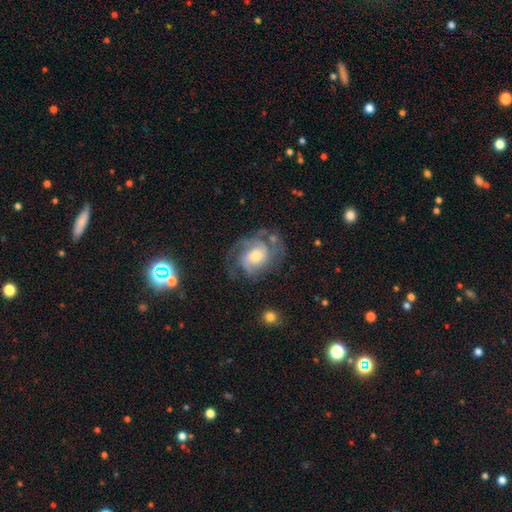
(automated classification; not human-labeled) Smooth or featured? featured or disk (86%)
Edge-on disk? no (97%)
Bar? no (70%)
Spiral arms? yes (96%)
Spiral winding? tight (56%)
Spiral arm count? 3 (31%)
Bulge size? moderate (59%)
Merging? none (68%)